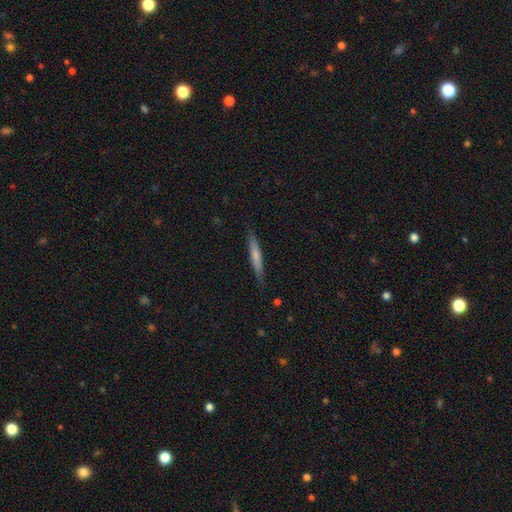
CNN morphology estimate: A smooth galaxy with no disk features (63%) that is cigar-shaped (94%).

Vote fractions:
- Smooth or featured? smooth: 63% / featured or disk: 31% / star or artifact: 6%
- How rounded? cigar-shaped: 94% / in between: 4% / round: 1%
- Merging? none: 86% / minor disturbance: 11% / major disturbance: 2% / merger: 1%